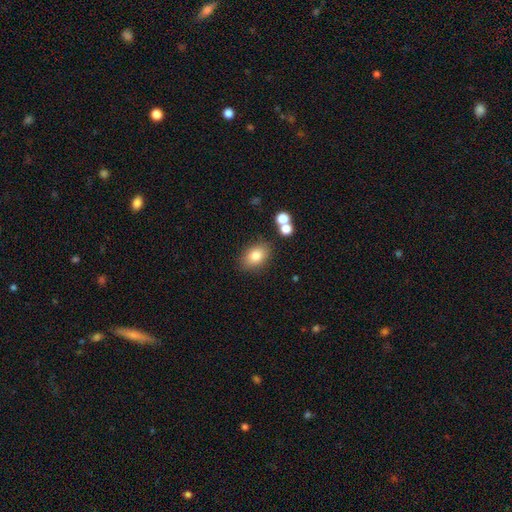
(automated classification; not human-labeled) Morphology: type=smooth (81%); roundness=in between (80%); merging=none (80%).